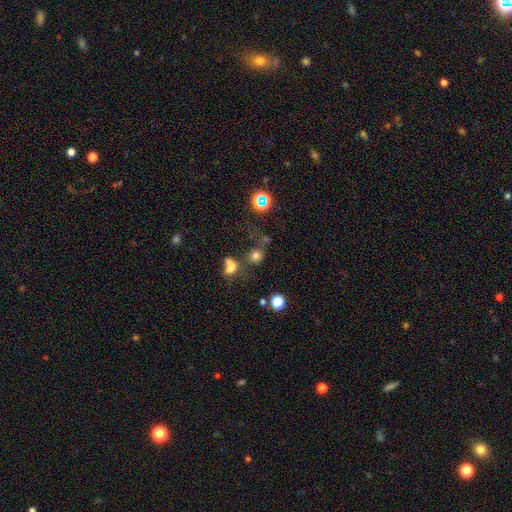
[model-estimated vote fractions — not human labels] A smooth galaxy with no disk features (68%) that is round (84%).

Vote fractions:
- Smooth or featured? smooth: 68% / star or artifact: 23% / featured or disk: 9%
- How rounded? round: 84% / in between: 14% / cigar-shaped: 1%
- Merging? none: 61% / merger: 20% / minor disturbance: 12% / major disturbance: 8%